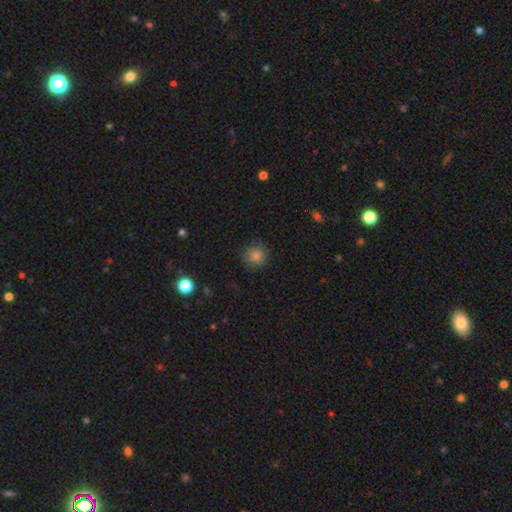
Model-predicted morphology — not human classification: Overall: smooth (77%). How rounded: round (92%). Merging: none (82%).